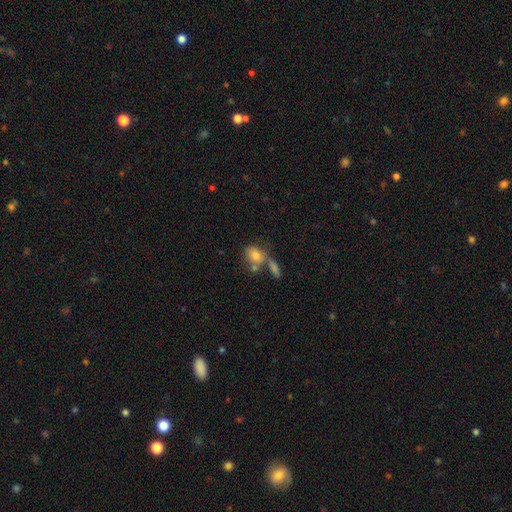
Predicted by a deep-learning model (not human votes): smooth 76%, featured or disk 14%, star or artifact 10%. Down the decision tree: how rounded — in between (61%); merging — none (45%).